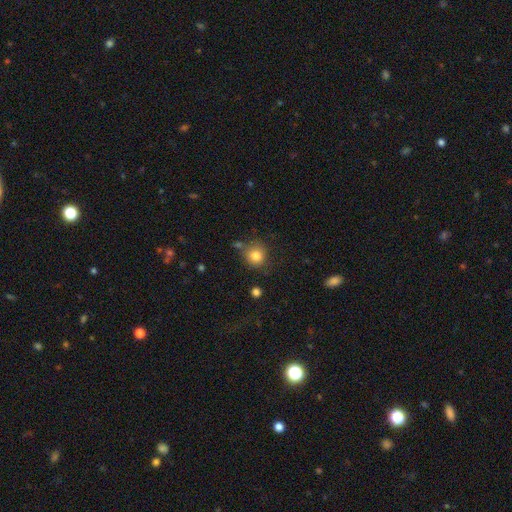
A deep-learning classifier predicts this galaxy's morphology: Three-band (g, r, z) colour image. It shows a smooth galaxy with no disk features (82%) that is round (90%). Merging: none (76%).